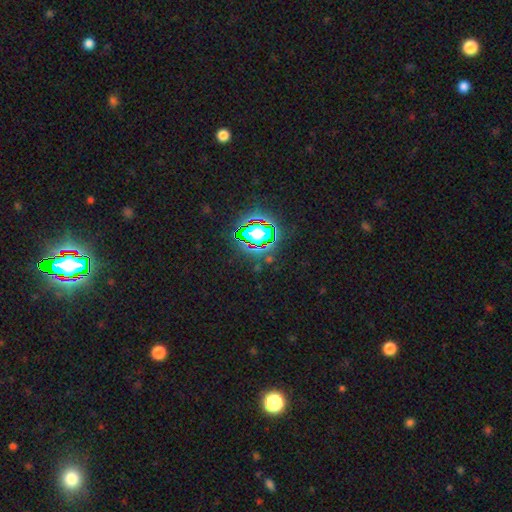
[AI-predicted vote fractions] Smooth or featured: star or artifact — 82% (smooth — 11%)